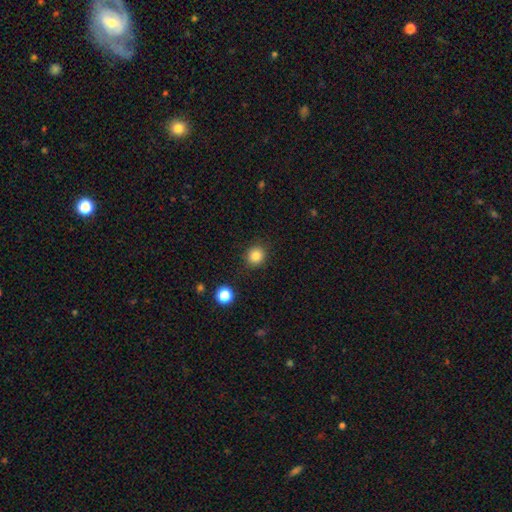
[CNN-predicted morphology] type=smooth (85%); roundness=round (88%); merging=none (89%).